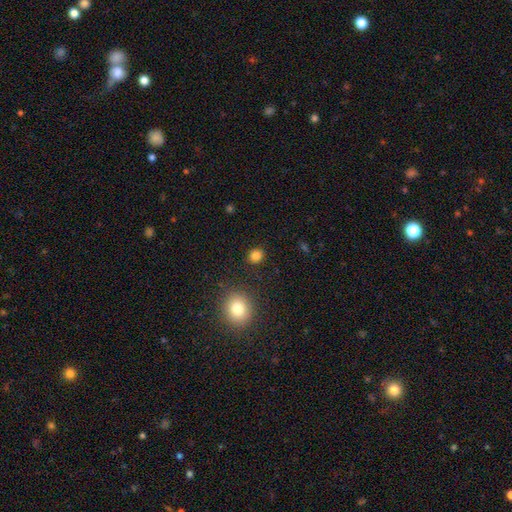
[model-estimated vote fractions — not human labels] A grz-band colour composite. It shows a smooth galaxy with no disk features (84%) that is round (75%). Merging: none (88%).